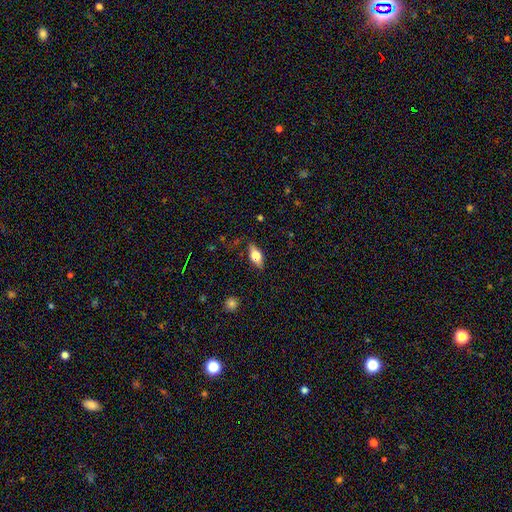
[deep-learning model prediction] The model was most divided on "smooth or featured": smooth: 57%, featured or disk: 35%, star or artifact: 8%. More confident: how rounded — in between (80%); merging — none (79%).